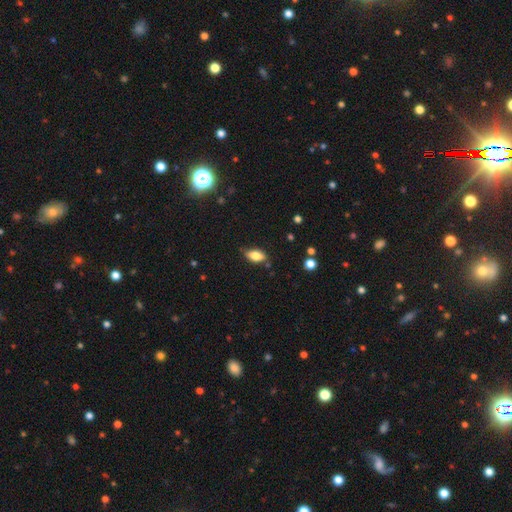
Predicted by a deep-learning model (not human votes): A smooth galaxy with no disk features (77%) that is in between round and cigar-shaped (87%).

Vote fractions:
- Smooth or featured? smooth: 77% / featured or disk: 15% / star or artifact: 8%
- How rounded? in between: 87% / round: 7% / cigar-shaped: 6%
- Merging? none: 73% / minor disturbance: 21% / major disturbance: 4% / merger: 3%